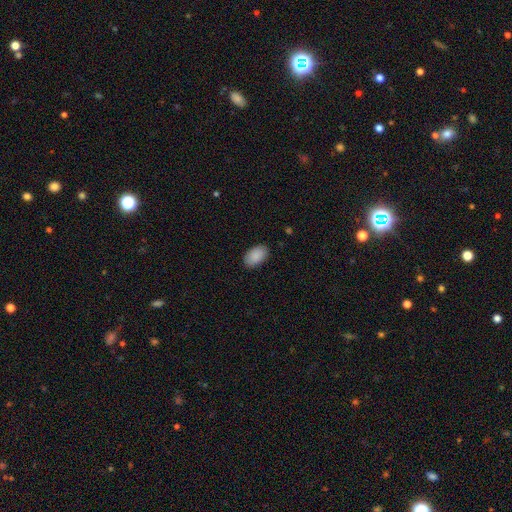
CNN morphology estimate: Overall: smooth (90%). How rounded: in between (93%). Merging: none (87%).